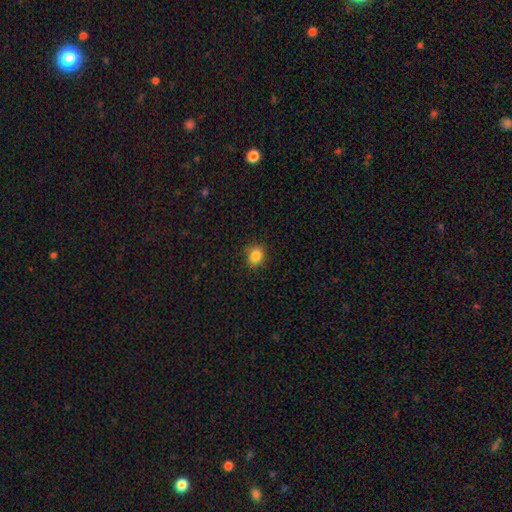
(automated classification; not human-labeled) smooth 85%, star or artifact 11%, featured or disk 4%. Down the decision tree: how rounded — round (81%); merging — none (87%).